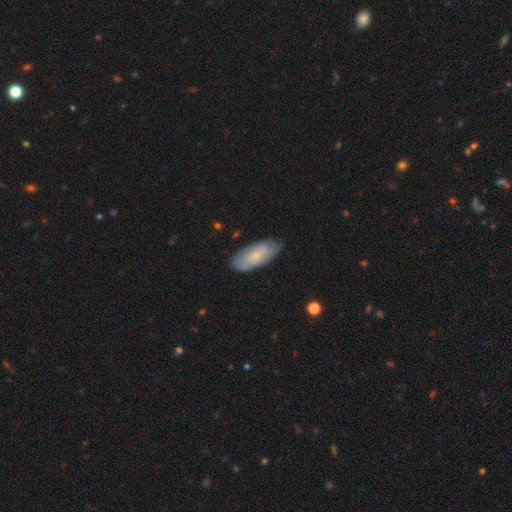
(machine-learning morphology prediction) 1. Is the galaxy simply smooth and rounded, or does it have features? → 57% smooth, 36% featured or disk, 7% star or artifact.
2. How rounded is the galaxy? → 84% in between, 14% cigar-shaped, 2% round.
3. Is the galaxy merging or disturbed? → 77% none, 18% minor disturbance, 4% major disturbance, 1% merger.